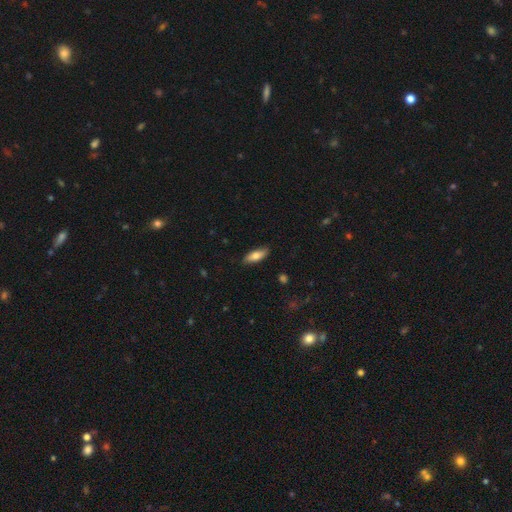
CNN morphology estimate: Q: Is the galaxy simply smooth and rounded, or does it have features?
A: smooth — 74%.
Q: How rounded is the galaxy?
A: in between — 66%.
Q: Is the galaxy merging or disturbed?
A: none — 87%.